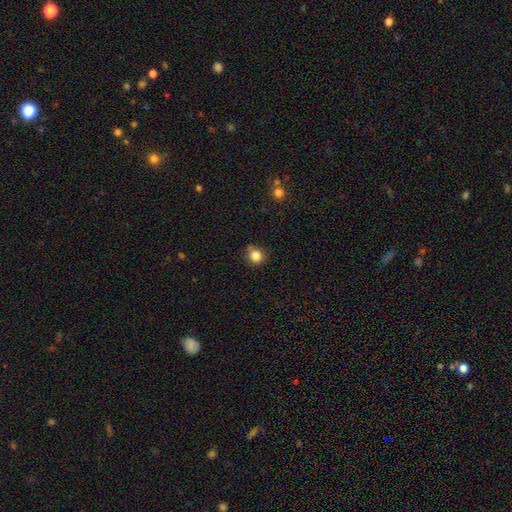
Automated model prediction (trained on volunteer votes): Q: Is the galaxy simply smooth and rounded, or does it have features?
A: smooth — 83%.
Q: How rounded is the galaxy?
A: round — 85%.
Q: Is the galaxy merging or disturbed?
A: none — 74%.